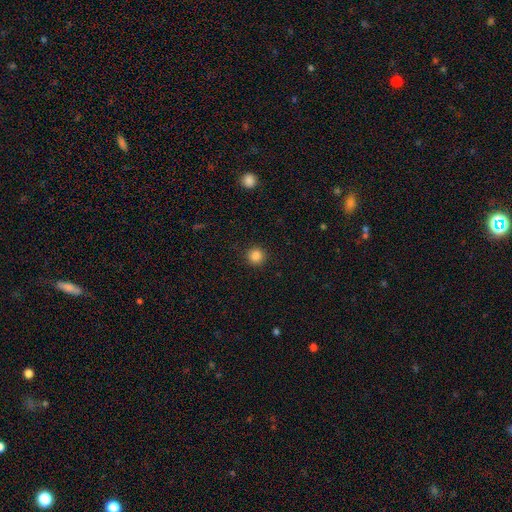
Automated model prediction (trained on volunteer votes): smooth 86%, star or artifact 11%, featured or disk 3%. Down the decision tree: how rounded — round (94%); merging — none (91%).